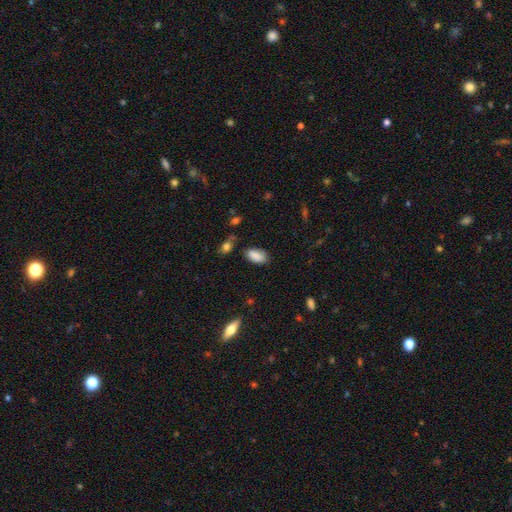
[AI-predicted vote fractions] A smooth galaxy with no disk features (87%) that is in between round and cigar-shaped (93%). Merging: none (77%).